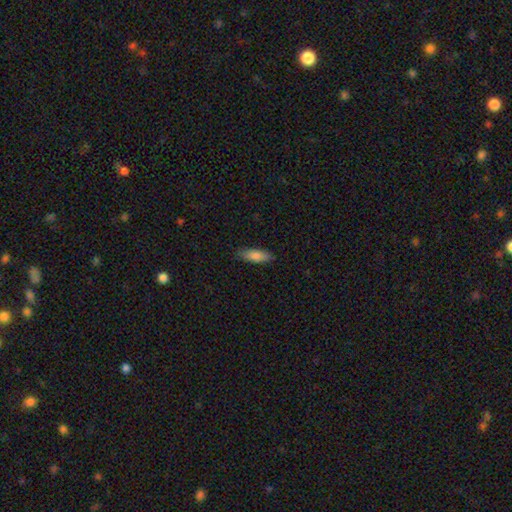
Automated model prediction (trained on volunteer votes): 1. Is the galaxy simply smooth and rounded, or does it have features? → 83% smooth, 11% featured or disk, 6% star or artifact.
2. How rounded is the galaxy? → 61% in between, 37% cigar-shaped, 2% round.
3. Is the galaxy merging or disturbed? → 86% none, 11% minor disturbance, 2% major disturbance, 1% merger.